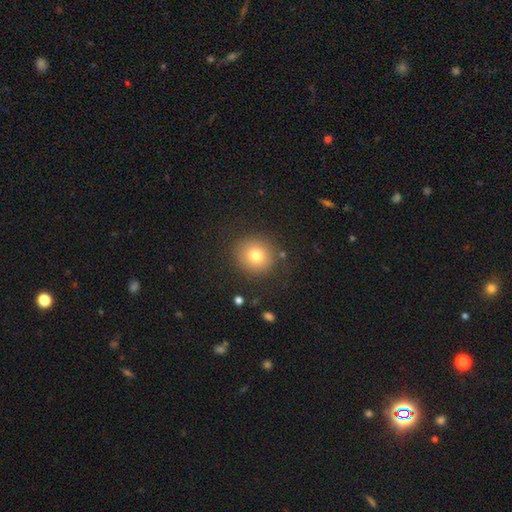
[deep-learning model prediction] Smooth or featured? Predicted: smooth (p=0.76). How rounded? Predicted: round (p=0.88). Merging? Predicted: none (p=0.85).